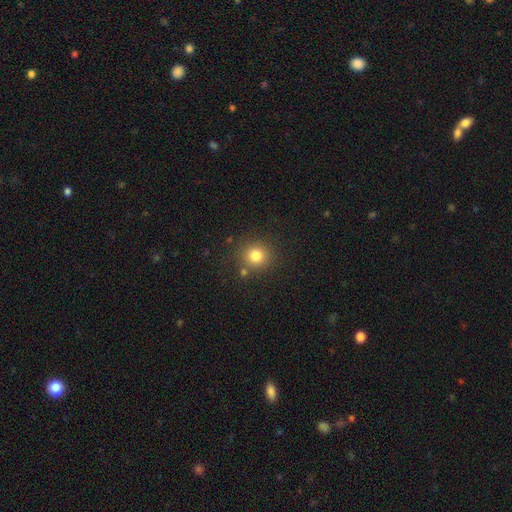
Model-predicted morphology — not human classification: Smooth or featured? Predicted: smooth (p=0.80). How rounded? Predicted: round (p=0.89). Merging? Predicted: none (p=0.82).